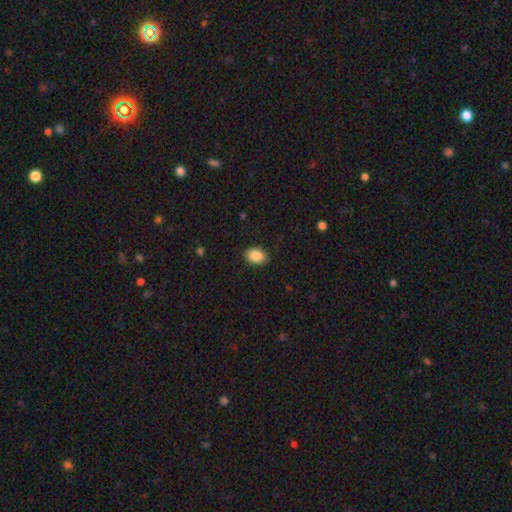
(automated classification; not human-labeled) This appears to be a smooth galaxy with no disk features (88%) that is in between round and cigar-shaped (74%). Merging: none (89%).